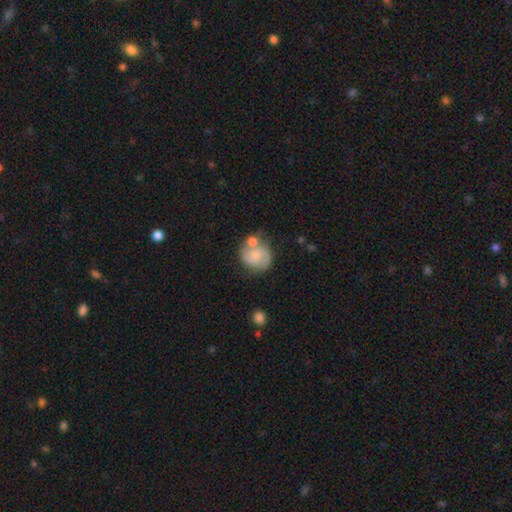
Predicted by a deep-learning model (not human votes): Overall: featured or disk (57%; smooth 36%). Edge-on disk: no (98%). Bar: no (65%; weak 30%). Spiral arms: yes (87%). Bulge size: small (38%; none 28%). Merging: none (48%; merger 27%).